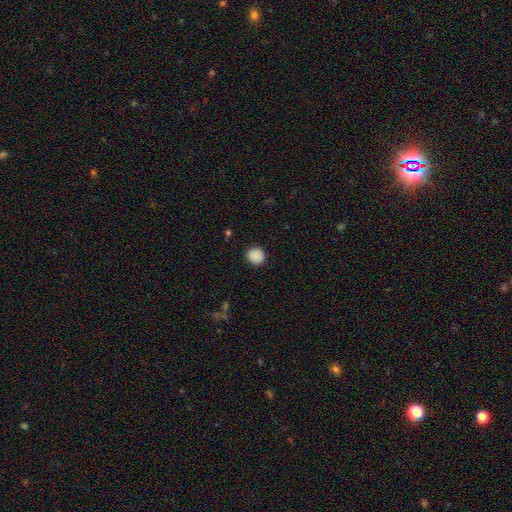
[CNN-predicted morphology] This appears to be a smooth galaxy with no disk features (88%) that is round (84%). Merging: none (88%).